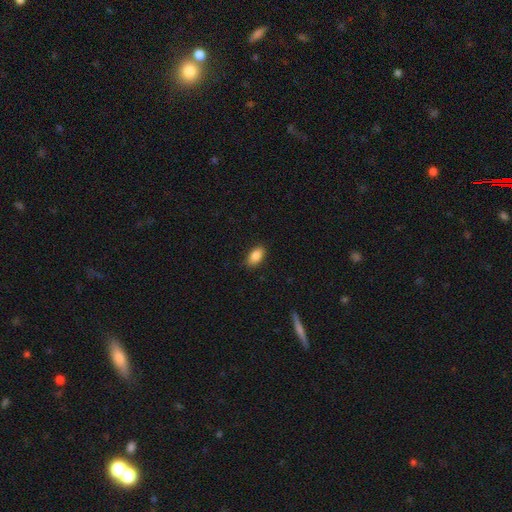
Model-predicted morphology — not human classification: A smooth galaxy with no disk features (87%) that is in between round and cigar-shaped (91%).

Vote fractions:
- Smooth or featured? smooth: 87% / star or artifact: 7% / featured or disk: 5%
- How rounded? in between: 91% / round: 5% / cigar-shaped: 4%
- Merging? none: 86% / minor disturbance: 10% / major disturbance: 2% / merger: 1%